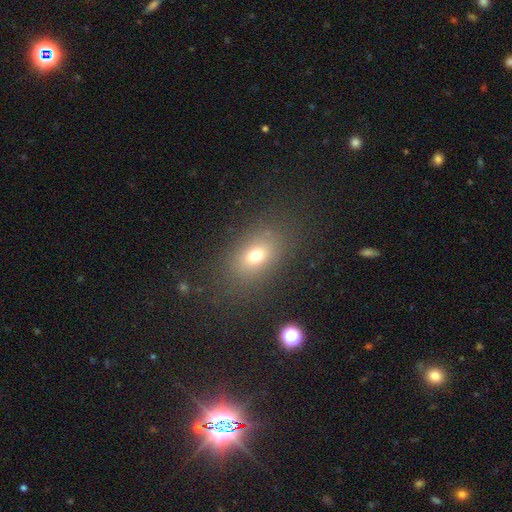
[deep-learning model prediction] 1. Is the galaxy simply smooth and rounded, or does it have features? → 70% smooth, 16% star or artifact, 15% featured or disk.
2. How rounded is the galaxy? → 73% in between, 25% round, 2% cigar-shaped.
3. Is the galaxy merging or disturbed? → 79% none, 11% minor disturbance, 7% major disturbance, 2% merger.